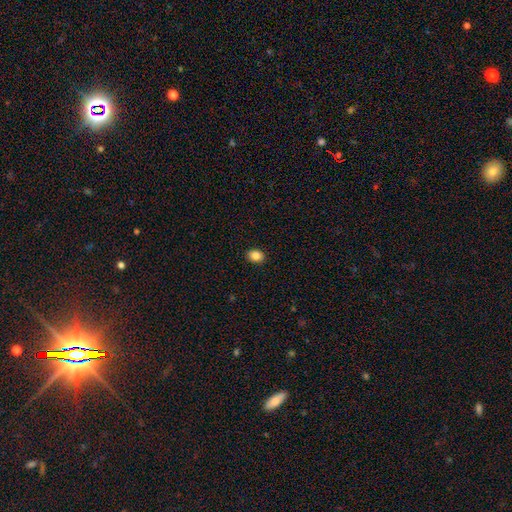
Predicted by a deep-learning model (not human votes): Smooth or featured: smooth — 86% (star or artifact — 9%)
How rounded: in between — 65% (round — 34%)
Merging: none — 90% (minor disturbance — 7%)